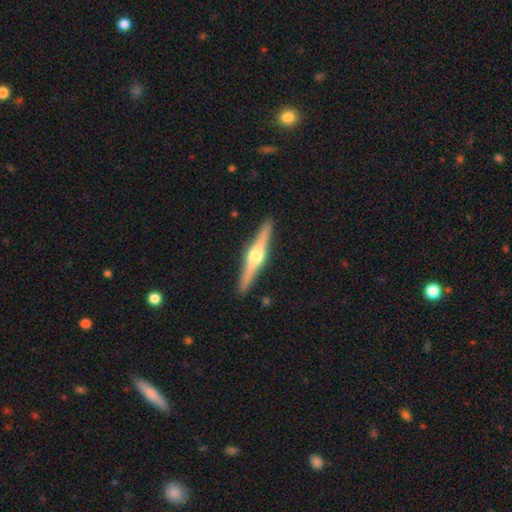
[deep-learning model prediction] This appears to be a featured or disk galaxy (78%) viewed edge-on (98%) with a rounded central bulge (94%). Merging: none (91%).